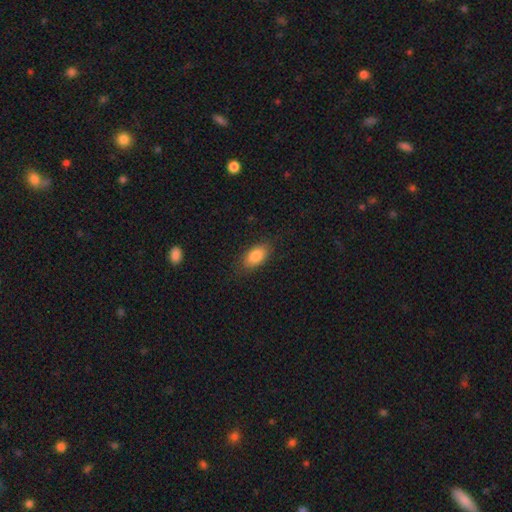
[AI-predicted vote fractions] smooth-or-featured: smooth: 83% | featured or disk: 10% | star or artifact: 7%
  how-rounded: in between: 90% | round: 6% | cigar-shaped: 5%
  merging: none: 83% | minor disturbance: 13% | major disturbance: 3% | merger: 1%